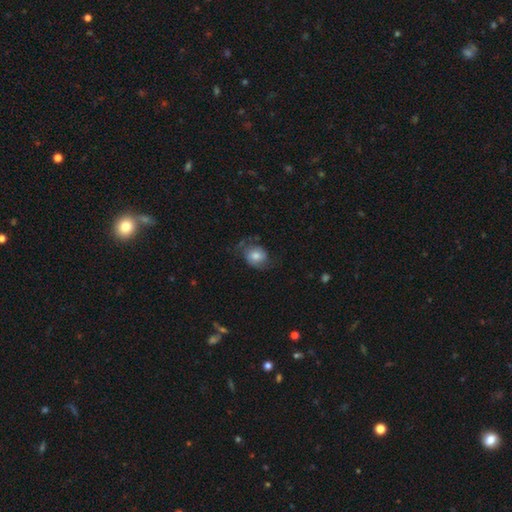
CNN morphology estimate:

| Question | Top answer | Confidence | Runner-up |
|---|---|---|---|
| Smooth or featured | smooth | 54% | featured or disk (38%) |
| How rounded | round | 51% | in between (48%) |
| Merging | none | 56% | minor disturbance (25%) |